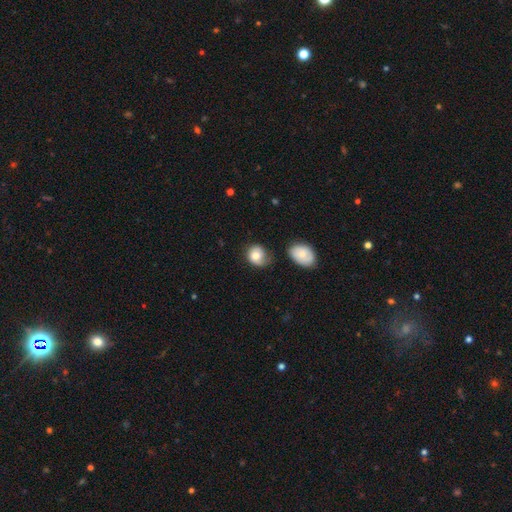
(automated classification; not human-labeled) The model was most divided on "merging": none: 47%, minor disturbance: 32%, major disturbance: 15%, merger: 6%. More confident: smooth or featured — smooth (74%); how rounded — round (69%).